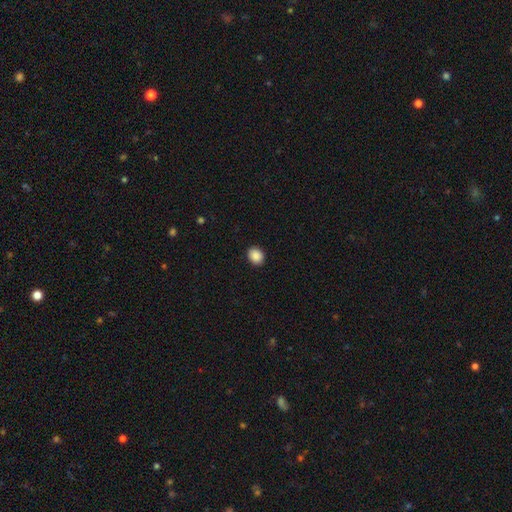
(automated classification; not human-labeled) This appears to be a smooth galaxy with no disk features (89%) that is round (57%). Merging: none (91%).